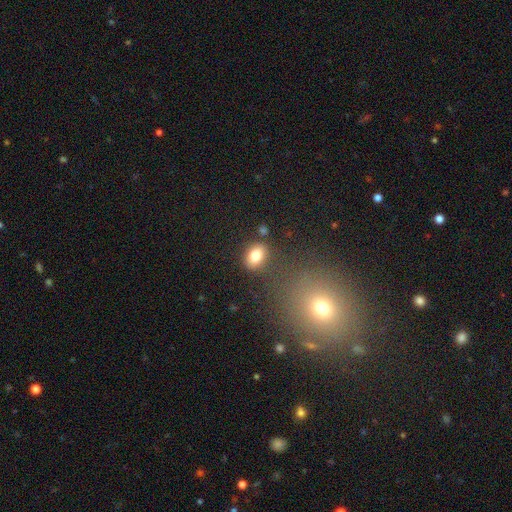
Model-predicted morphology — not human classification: The model was most divided on "how rounded": in between: 73%, round: 26%, cigar-shaped: 2%. More confident: merging — none (80%); smooth or featured — smooth (79%).